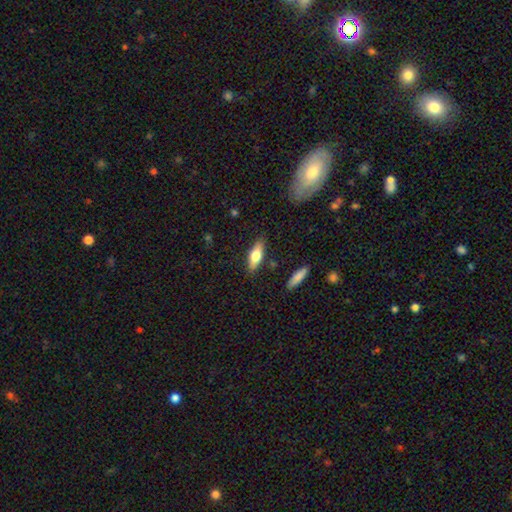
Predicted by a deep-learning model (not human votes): A smooth galaxy with no disk features (64%) that is in between round and cigar-shaped (62%). Merging: none (84%).